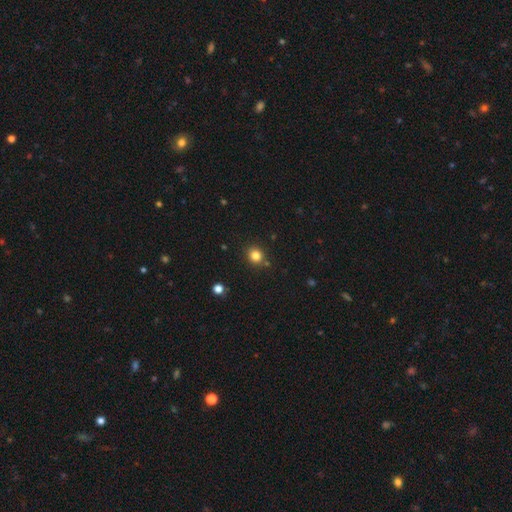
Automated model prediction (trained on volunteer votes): smooth_or_featured: smooth (p=0.82) [alt: star or artifact p=0.13]
how_rounded: round (p=0.86) [alt: in between p=0.13]
merging: none (p=0.84) [alt: minor disturbance p=0.08]